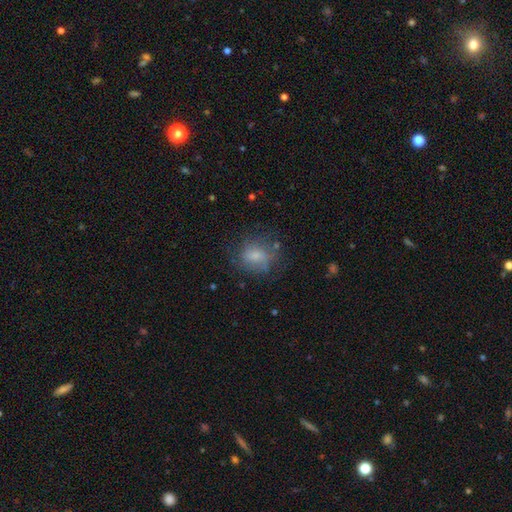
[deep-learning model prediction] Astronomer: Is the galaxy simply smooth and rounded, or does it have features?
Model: smooth — 64%.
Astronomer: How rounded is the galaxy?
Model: round — 63%.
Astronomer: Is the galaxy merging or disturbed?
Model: none — 58%.